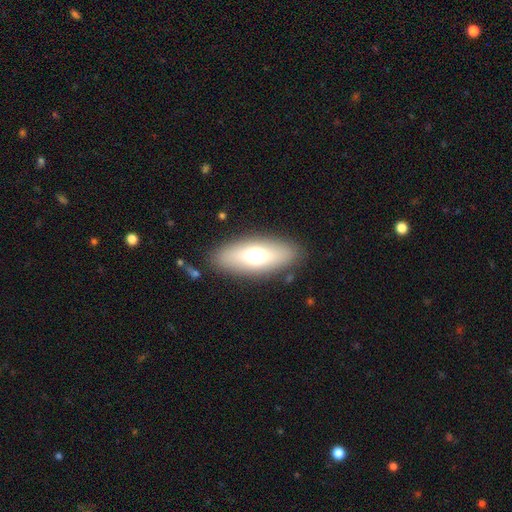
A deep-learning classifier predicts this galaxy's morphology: This is likely a smooth galaxy (64%). How rounded: likely in between (76%). Merging: clearly none (86%).